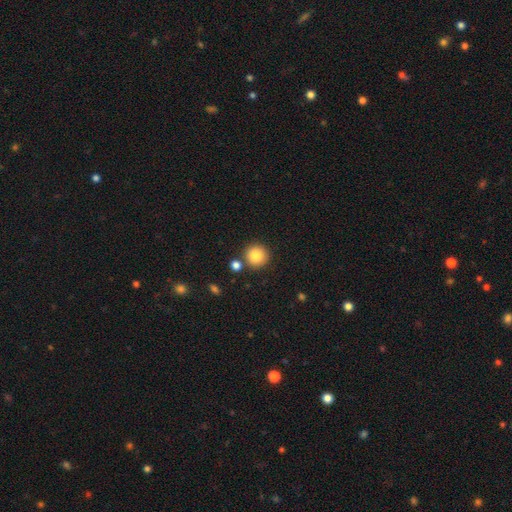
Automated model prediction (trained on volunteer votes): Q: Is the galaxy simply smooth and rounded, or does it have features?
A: smooth — 86%.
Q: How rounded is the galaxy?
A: round — 94%.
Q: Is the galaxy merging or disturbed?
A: none — 82%.